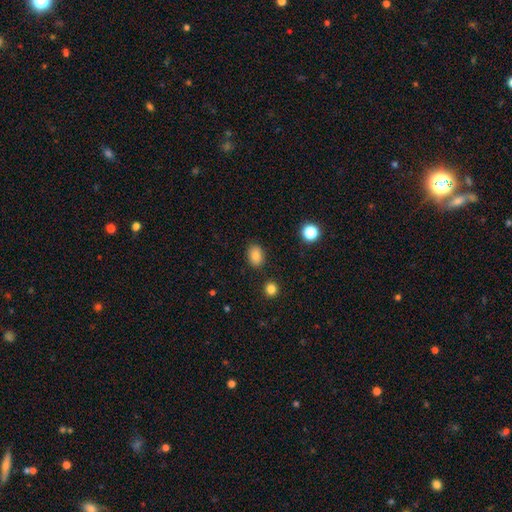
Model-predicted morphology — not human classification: Smooth or featured? smooth (83%)
How rounded? in between (68%)
Merging? none (86%)